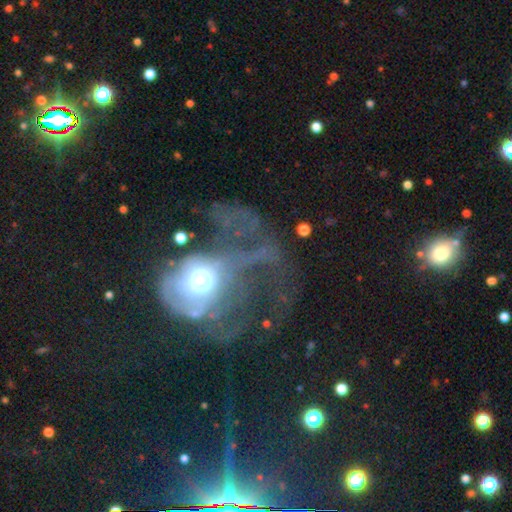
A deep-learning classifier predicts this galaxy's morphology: Smooth or featured? featured or disk (49%)
Merging? major disturbance (67%)